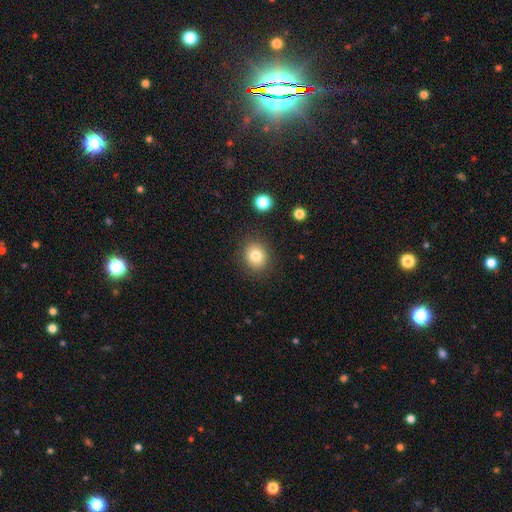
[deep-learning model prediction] smooth_or_featured: smooth (p=0.81) [alt: star or artifact p=0.11]
how_rounded: round (p=0.73) [alt: in between p=0.27]
merging: none (p=0.87) [alt: minor disturbance p=0.08]